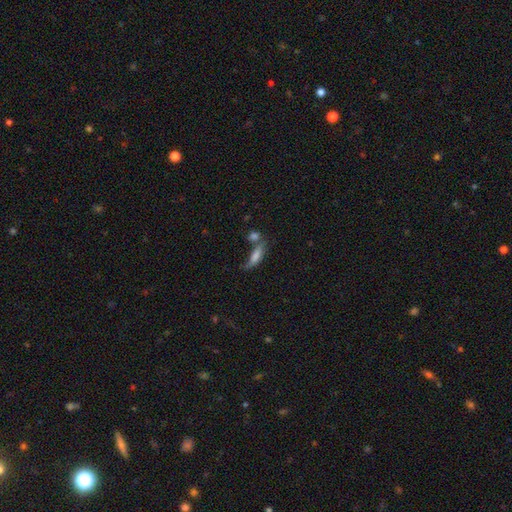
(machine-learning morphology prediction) type=smooth (69%); roundness=cigar-shaped (53%); merging=none (40%).